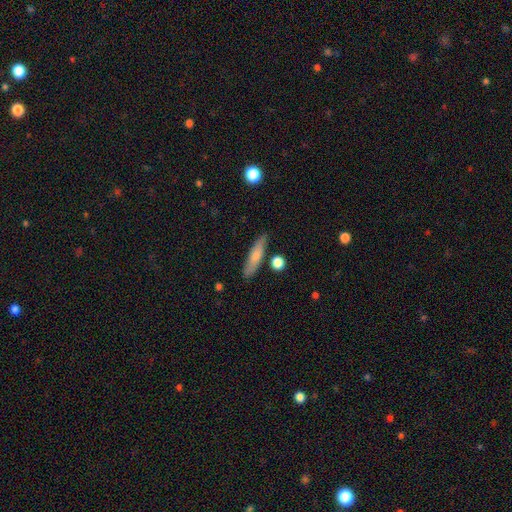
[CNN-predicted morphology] Smooth or featured? Predicted: smooth (p=0.70). How rounded? Predicted: cigar-shaped (p=0.76). Merging? Predicted: none (p=0.82).